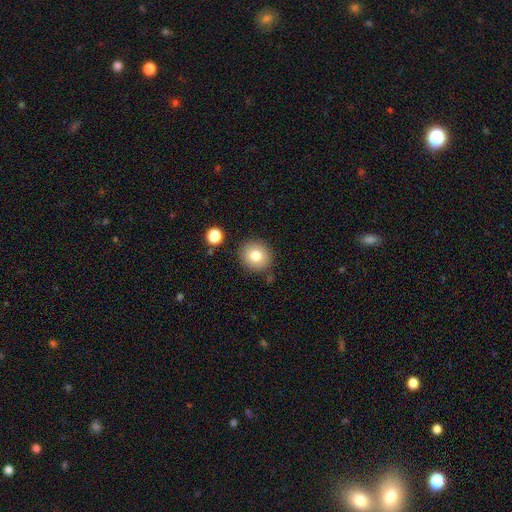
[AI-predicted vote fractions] smooth-or-featured: smooth: 80% | star or artifact: 10% | featured or disk: 10%
  how-rounded: round: 87% | in between: 12% | cigar-shaped: 1%
  merging: none: 84% | minor disturbance: 10% | merger: 3% | major disturbance: 3%